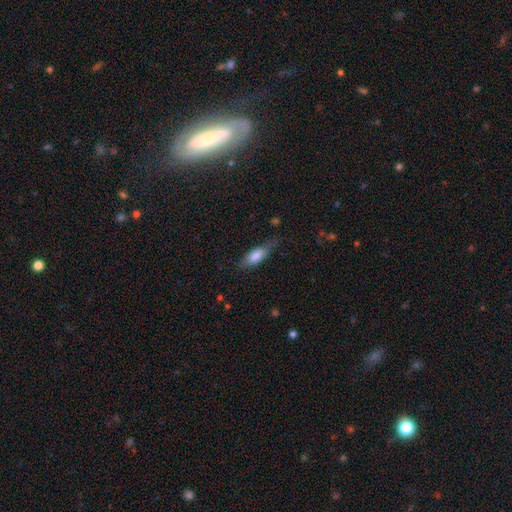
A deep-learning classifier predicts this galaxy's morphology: This is likely a smooth galaxy (77%). How rounded: likely in between (63%). Merging: likely none (61%).